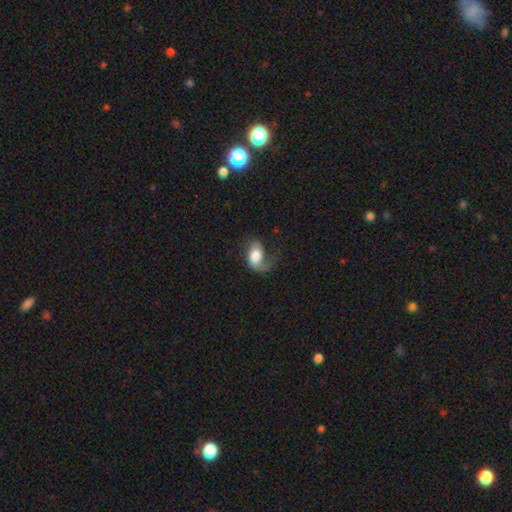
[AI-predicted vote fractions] The model was most divided on "merging": major disturbance: 41%, none: 32%, minor disturbance: 24%, merger: 3%. More confident: how rounded — in between (81%); smooth or featured — smooth (53%).